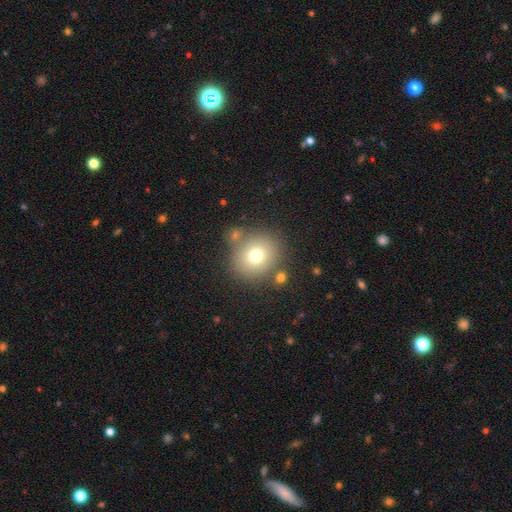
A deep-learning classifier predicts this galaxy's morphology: A smooth galaxy with no disk features (74%) that is round (85%).

Vote fractions:
- Smooth or featured? smooth: 74% / featured or disk: 14% / star or artifact: 13%
- How rounded? round: 85% / in between: 14% / cigar-shaped: 1%
- Merging? none: 74% / minor disturbance: 11% / merger: 10% / major disturbance: 4%